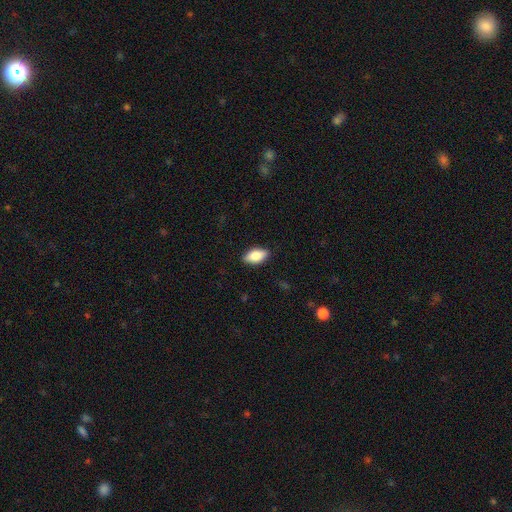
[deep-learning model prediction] Q: Smooth or featured?
A: smooth (83%); runner-up: featured or disk (11%)
Q: How rounded?
A: in between (90%); runner-up: cigar-shaped (6%)
Q: Merging?
A: none (88%); runner-up: minor disturbance (9%)